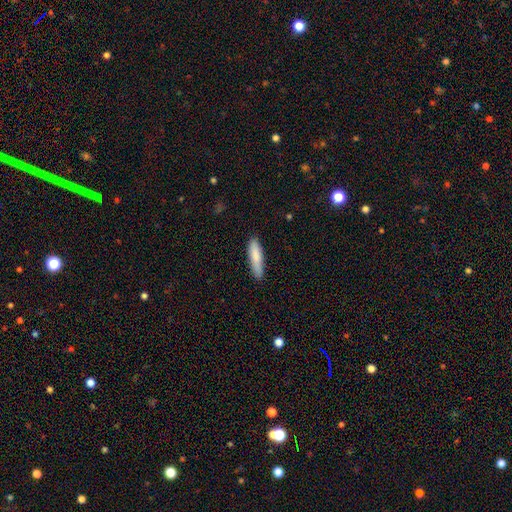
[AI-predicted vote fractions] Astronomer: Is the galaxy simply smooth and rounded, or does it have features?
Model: smooth — 84%.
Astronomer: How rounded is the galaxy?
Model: cigar-shaped — 76%.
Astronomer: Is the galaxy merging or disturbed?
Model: none — 83%.